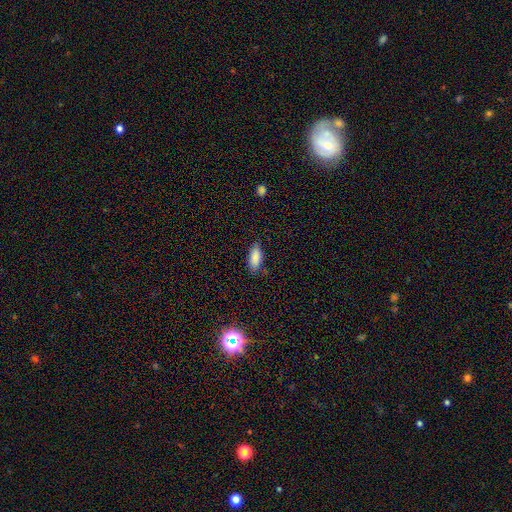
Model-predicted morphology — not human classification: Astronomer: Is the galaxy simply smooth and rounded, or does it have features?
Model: smooth — 86%.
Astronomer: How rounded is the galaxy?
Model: in between — 81%.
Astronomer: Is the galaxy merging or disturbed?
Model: none — 77%.